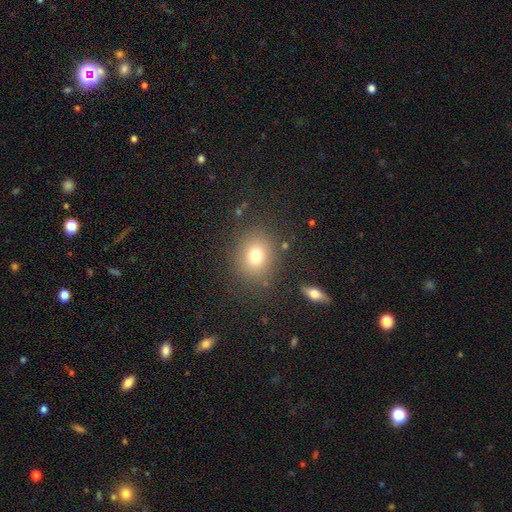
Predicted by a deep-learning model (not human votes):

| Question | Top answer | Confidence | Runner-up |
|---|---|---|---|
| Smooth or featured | smooth | 76% | star or artifact (13%) |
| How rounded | round | 73% | in between (26%) |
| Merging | none | 84% | minor disturbance (10%) |